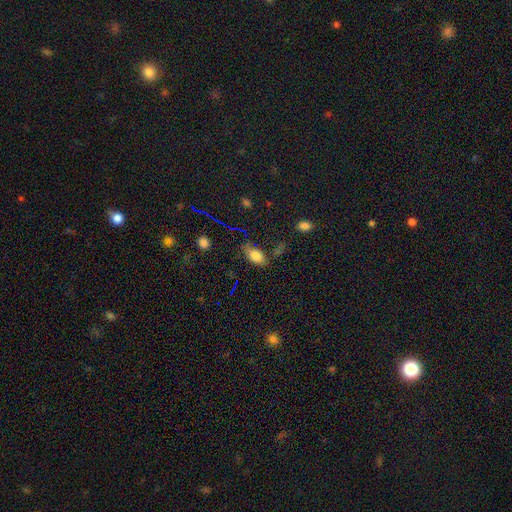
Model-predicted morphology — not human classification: smooth 78%, star or artifact 11%, featured or disk 10%. Down the decision tree: how rounded — in between (89%); merging — none (65%).